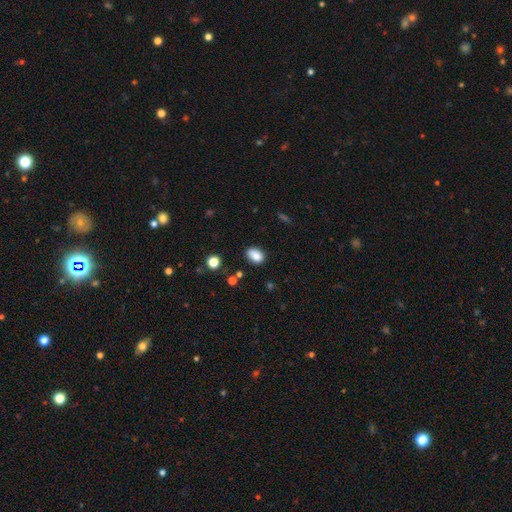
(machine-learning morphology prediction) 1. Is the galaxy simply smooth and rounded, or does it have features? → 84% smooth, 10% star or artifact, 6% featured or disk.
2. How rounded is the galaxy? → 80% in between, 19% round, 2% cigar-shaped.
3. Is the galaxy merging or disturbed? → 76% none, 17% minor disturbance, 4% major disturbance, 3% merger.